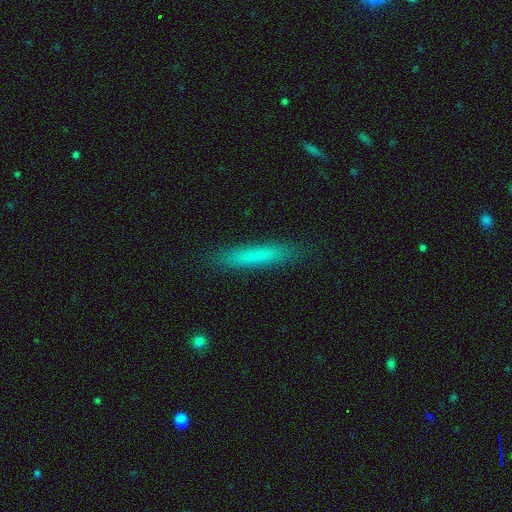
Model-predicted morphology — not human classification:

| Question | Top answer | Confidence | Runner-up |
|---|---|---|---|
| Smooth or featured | smooth | 74% | featured or disk (19%) |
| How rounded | cigar-shaped | 93% | in between (6%) |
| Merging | none | 88% | minor disturbance (9%) |